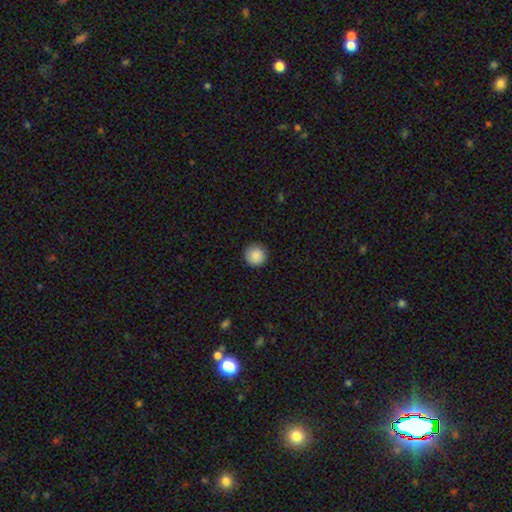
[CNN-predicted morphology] This appears to be a smooth galaxy with no disk features (89%) that is round (96%). Merging: none (91%).